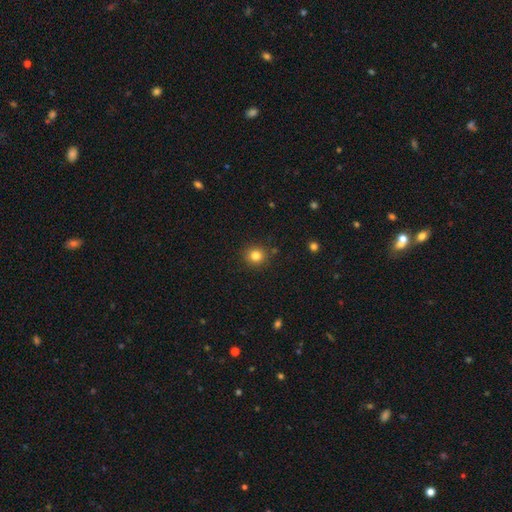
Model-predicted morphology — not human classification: A smooth galaxy with no disk features (82%) that is round (91%). Merging: none (89%).